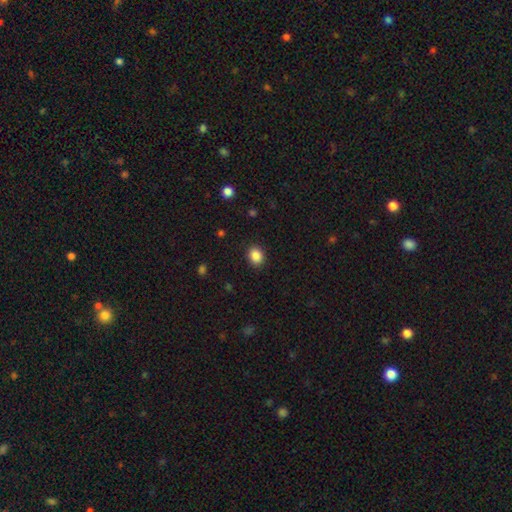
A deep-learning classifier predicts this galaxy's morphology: Q: Smooth or featured?
A: smooth (87%); runner-up: star or artifact (9%)
Q: How rounded?
A: in between (51%); runner-up: round (49%)
Q: Merging?
A: none (90%); runner-up: minor disturbance (7%)